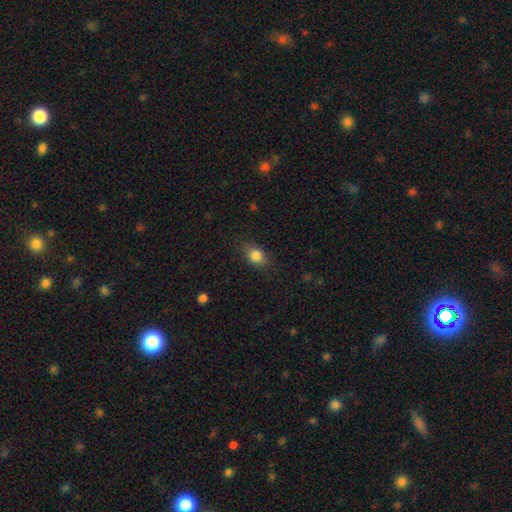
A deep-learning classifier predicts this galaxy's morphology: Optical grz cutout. It shows a smooth galaxy with no disk features (81%) that is in between round and cigar-shaped (72%). Merging: none (78%).